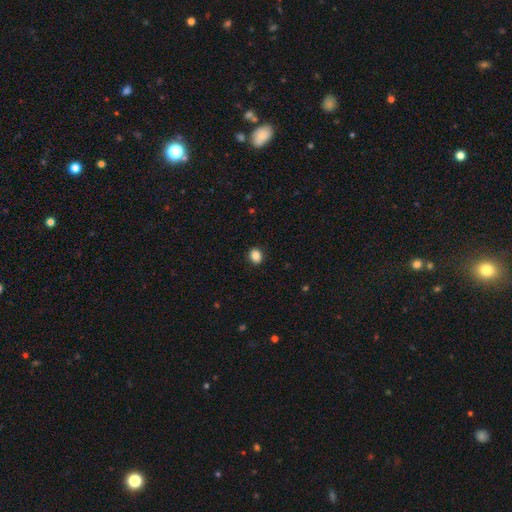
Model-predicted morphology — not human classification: A smooth galaxy with no disk features (86%) that is round (56%). Merging: none (91%).